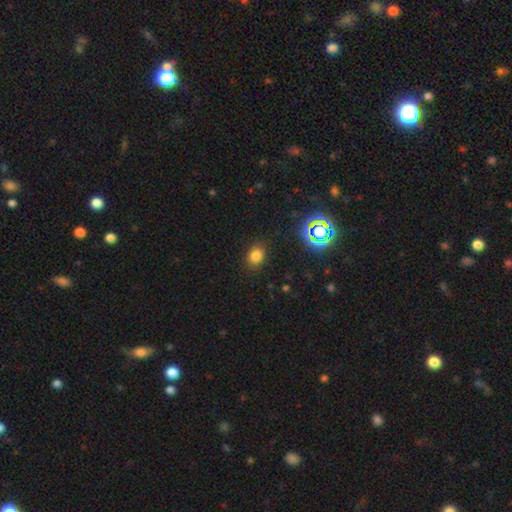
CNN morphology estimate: Q: Smooth or featured?
A: smooth (77%); runner-up: star or artifact (17%)
Q: How rounded?
A: in between (58%); runner-up: round (41%)
Q: Merging?
A: none (85%); runner-up: minor disturbance (10%)